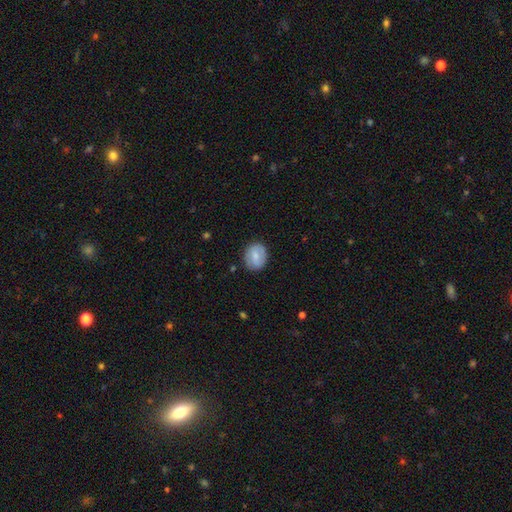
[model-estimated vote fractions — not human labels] Q: Smooth or featured?
A: smooth (66%); runner-up: featured or disk (28%)
Q: How rounded?
A: in between (50%); runner-up: round (49%)
Q: Merging?
A: none (82%); runner-up: minor disturbance (13%)